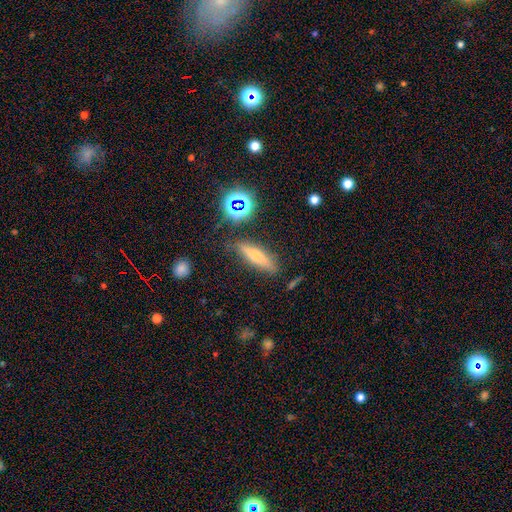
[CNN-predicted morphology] The model was most divided on "smooth or featured": smooth: 56%, featured or disk: 31%, star or artifact: 13%. More confident: merging — none (80%); how rounded — cigar-shaped (70%).